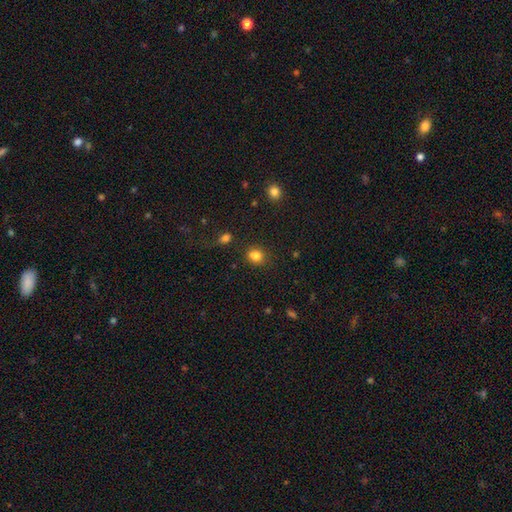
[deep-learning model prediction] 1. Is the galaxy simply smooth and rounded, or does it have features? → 80% smooth, 13% star or artifact, 7% featured or disk.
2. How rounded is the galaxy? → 73% round, 26% in between, 1% cigar-shaped.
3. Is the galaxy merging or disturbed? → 71% none, 13% minor disturbance, 11% merger, 4% major disturbance.